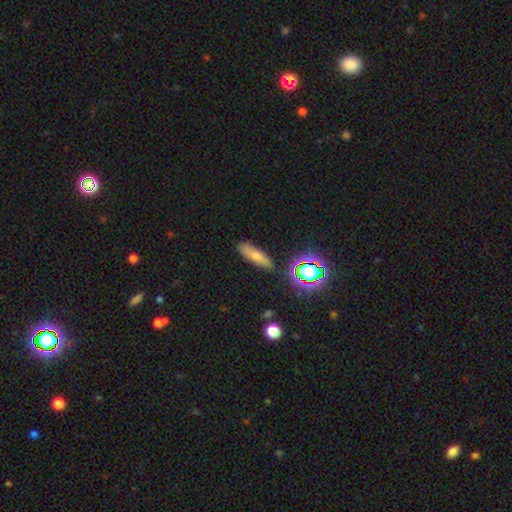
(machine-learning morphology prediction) A smooth galaxy with no disk features (69%) that is cigar-shaped (59%). Merging: none (83%).